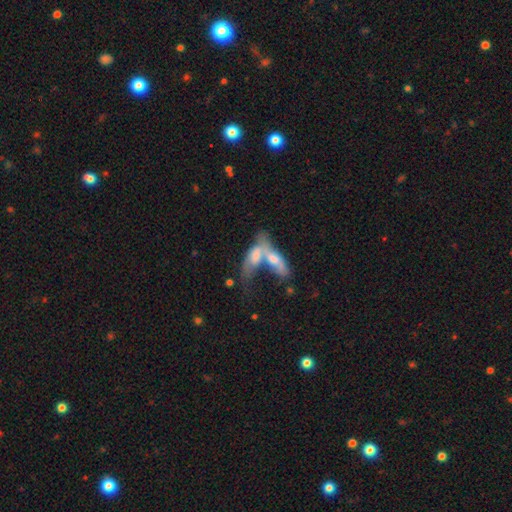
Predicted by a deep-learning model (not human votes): Morphology: type=smooth (51%); roundness=in between (69%); merging=merger (77%).